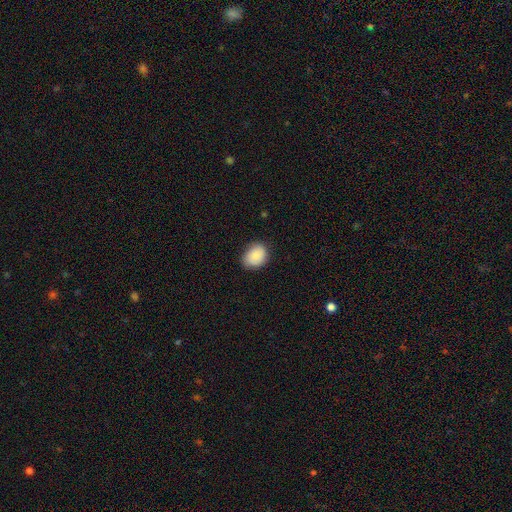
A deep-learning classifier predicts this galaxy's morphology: Smooth or featured? Predicted: smooth (p=0.85). How rounded? Predicted: in between (p=0.56). Merging? Predicted: none (p=0.77).